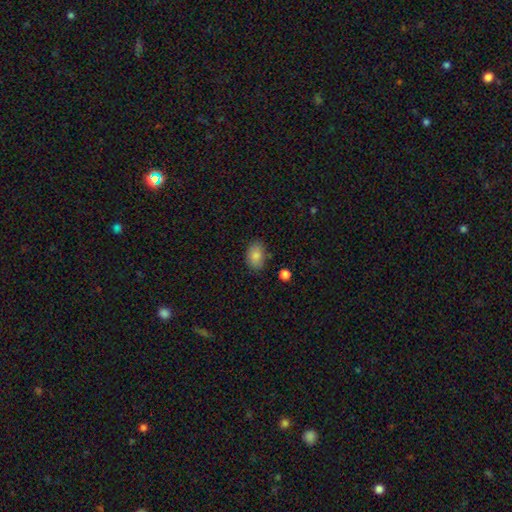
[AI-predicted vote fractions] A smooth galaxy with no disk features (85%) that is in between round and cigar-shaped (84%).

Vote fractions:
- Smooth or featured? smooth: 85% / star or artifact: 8% / featured or disk: 7%
- How rounded? in between: 84% / round: 15% / cigar-shaped: 1%
- Merging? none: 77% / minor disturbance: 17% / major disturbance: 3% / merger: 3%